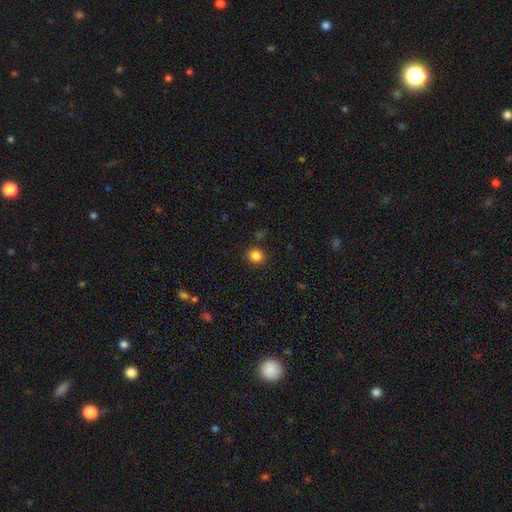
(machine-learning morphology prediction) Smooth or featured: smooth — 83% (star or artifact — 12%)
How rounded: round — 79% (in between — 20%)
Merging: none — 88% (minor disturbance — 7%)